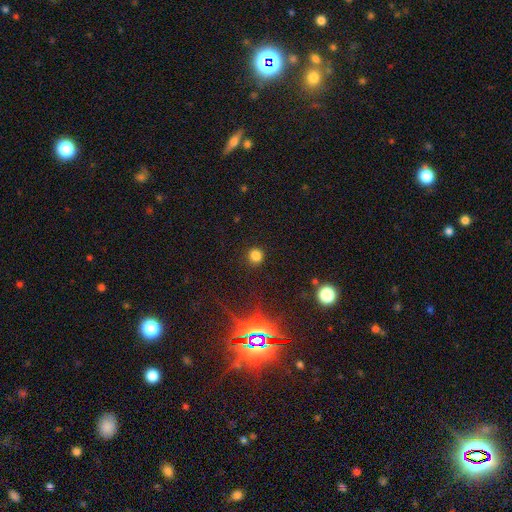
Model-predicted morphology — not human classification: A smooth galaxy with no disk features (78%) that is round (89%). Merging: none (89%).